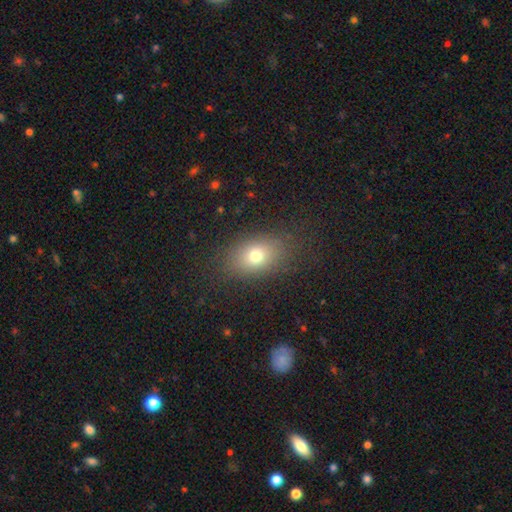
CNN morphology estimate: Smooth or featured? smooth (73%)
How rounded? in between (72%)
Merging? none (82%)